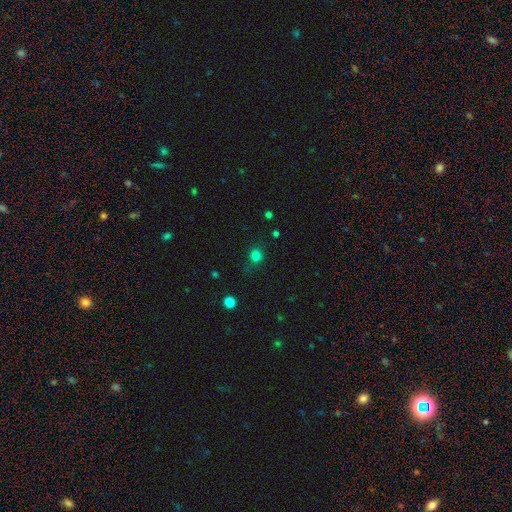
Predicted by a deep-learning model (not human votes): Q: Smooth or featured?
A: smooth (78%); runner-up: star or artifact (17%)
Q: How rounded?
A: round (81%); runner-up: in between (17%)
Q: Merging?
A: none (80%); runner-up: minor disturbance (14%)